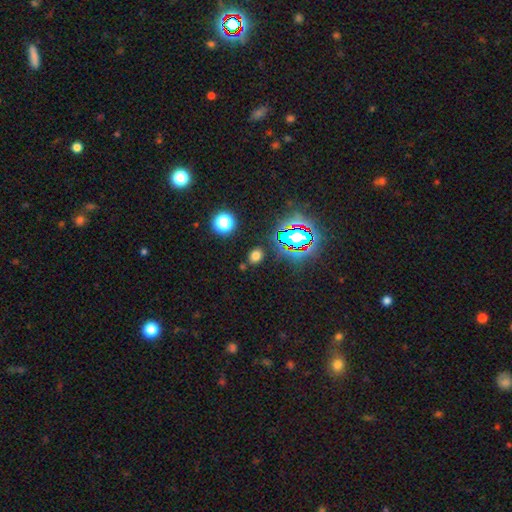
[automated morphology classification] type=smooth (65%); roundness=in between (54%); merging=none (84%).